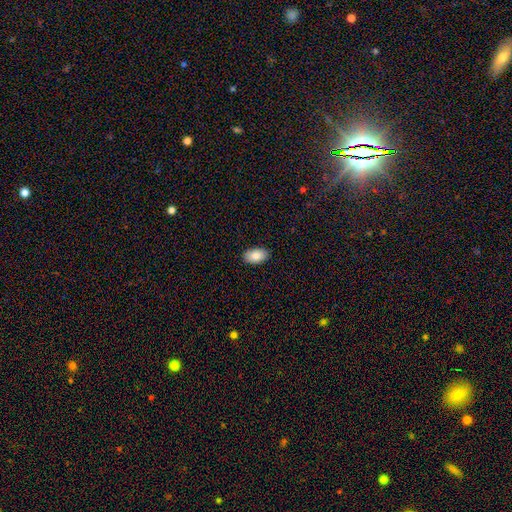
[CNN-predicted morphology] smooth-or-featured: smooth: 85% | featured or disk: 9% | star or artifact: 7%
  how-rounded: in between: 94% | round: 5% | cigar-shaped: 1%
  merging: none: 89% | minor disturbance: 8% | major disturbance: 2% | merger: 1%